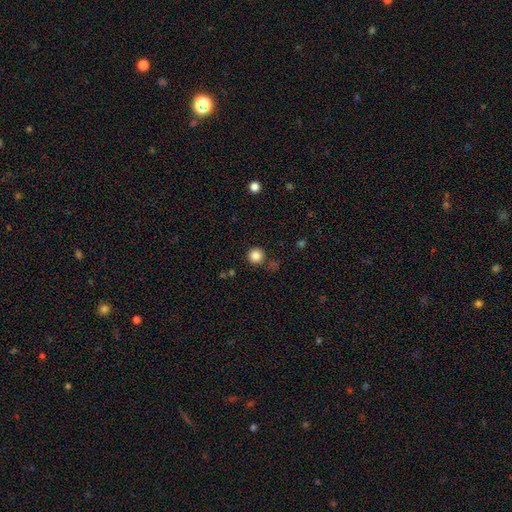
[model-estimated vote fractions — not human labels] smooth-or-featured: smooth: 85% | star or artifact: 11% | featured or disk: 4%
  how-rounded: round: 95% | in between: 4% | cigar-shaped: 1%
  merging: none: 84% | minor disturbance: 8% | merger: 5% | major disturbance: 3%